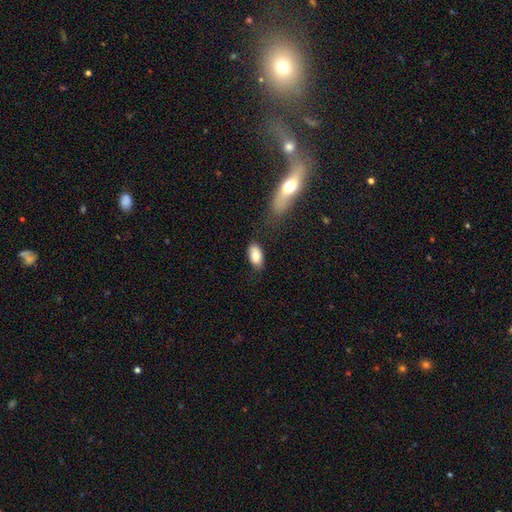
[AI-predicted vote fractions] This appears to be a smooth galaxy with no disk features (81%) that is in between round and cigar-shaped (93%). Merging: none (77%).